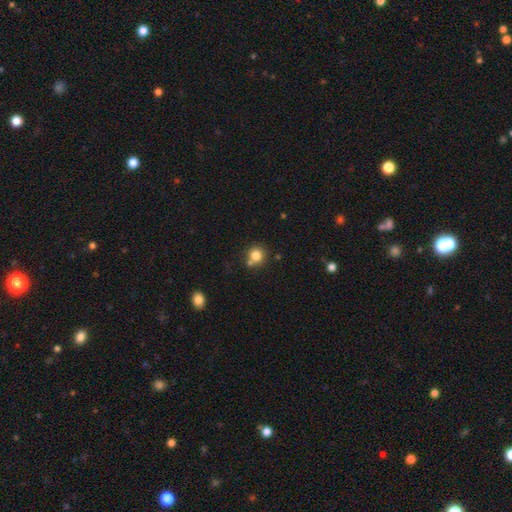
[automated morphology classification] smooth 81%, star or artifact 12%, featured or disk 7%. Down the decision tree: how rounded — round (89%); merging — none (68%).